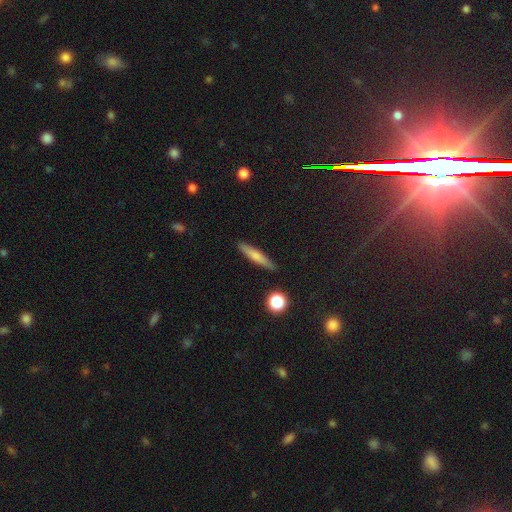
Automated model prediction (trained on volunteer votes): Morphology: type=smooth (66%); roundness=cigar-shaped (89%); merging=none (89%).